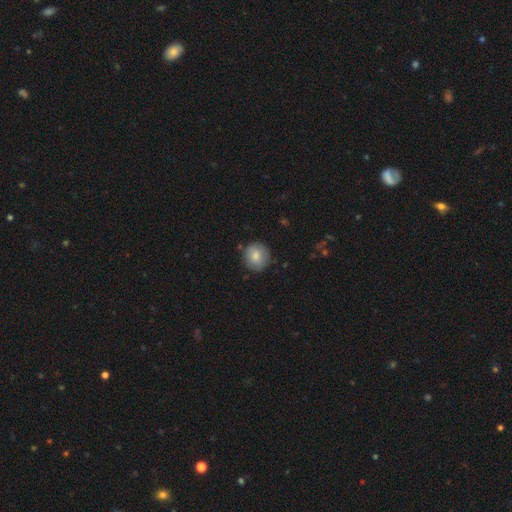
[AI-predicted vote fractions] A smooth galaxy with no disk features (81%) that is round (91%). Merging: none (84%).